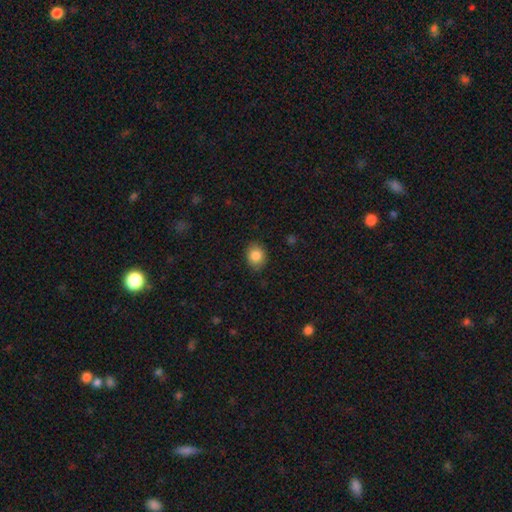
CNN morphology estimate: This appears to be a smooth galaxy with no disk features (85%) that is round (53%). Merging: none (86%).